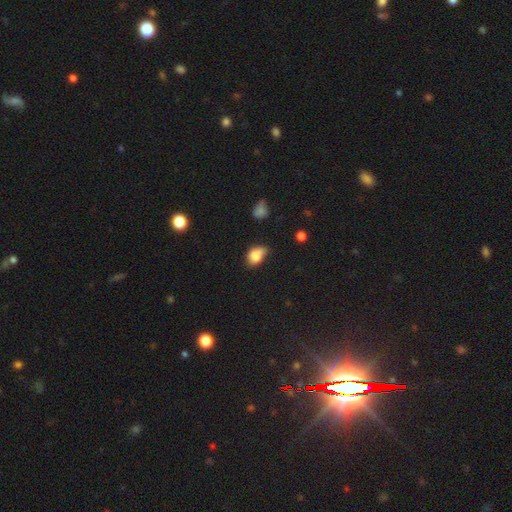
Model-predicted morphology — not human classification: smooth_or_featured: smooth (p=0.80) [alt: featured or disk p=0.10]
how_rounded: in between (p=0.76) [alt: round p=0.23]
merging: minor disturbance (p=0.43) [alt: none p=0.34]